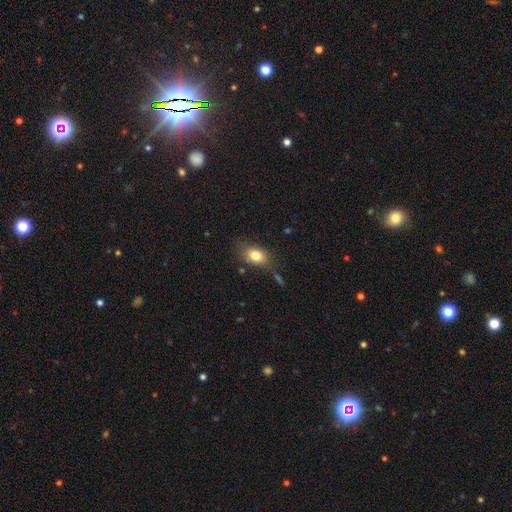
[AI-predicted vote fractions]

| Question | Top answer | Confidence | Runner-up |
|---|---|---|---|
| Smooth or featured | smooth | 80% | featured or disk (11%) |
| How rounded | in between | 78% | round (19%) |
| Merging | none | 70% | minor disturbance (18%) |